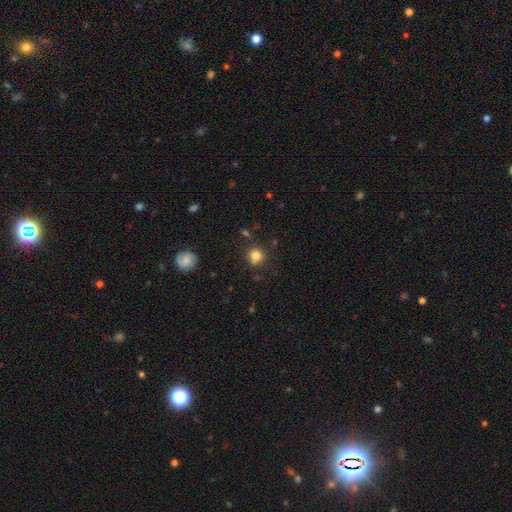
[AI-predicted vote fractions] smooth-or-featured: smooth: 82% | star or artifact: 12% | featured or disk: 6%
  how-rounded: round: 89% | in between: 10% | cigar-shaped: 1%
  merging: none: 78% | minor disturbance: 12% | merger: 7% | major disturbance: 3%